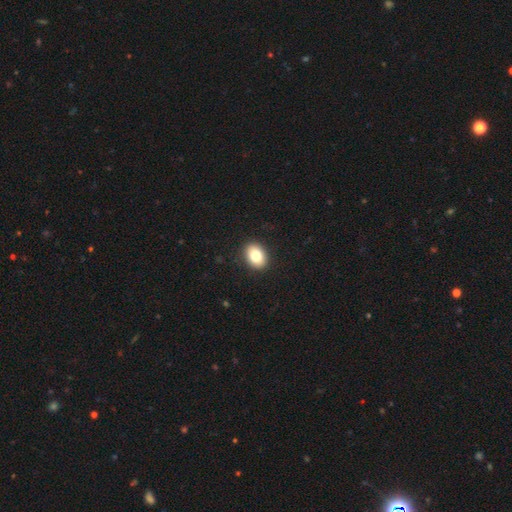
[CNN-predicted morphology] smooth-or-featured: smooth: 81% | featured or disk: 10% | star or artifact: 9%
  how-rounded: in between: 72% | round: 27% | cigar-shaped: 1%
  merging: none: 91% | minor disturbance: 6% | major disturbance: 2% | merger: 1%